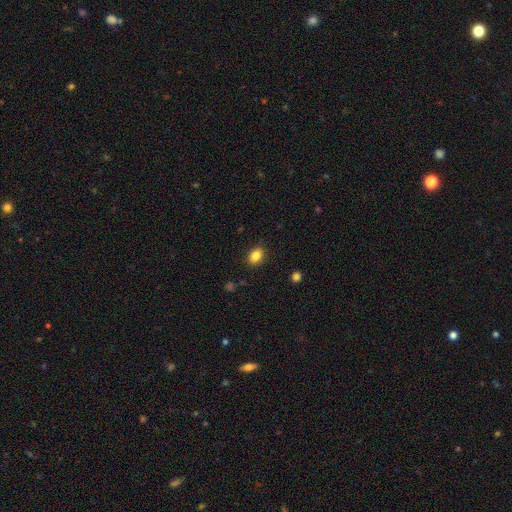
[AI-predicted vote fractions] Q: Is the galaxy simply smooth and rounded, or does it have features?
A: smooth — 85%.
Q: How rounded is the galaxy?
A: in between — 77%.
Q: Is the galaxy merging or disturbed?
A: none — 87%.